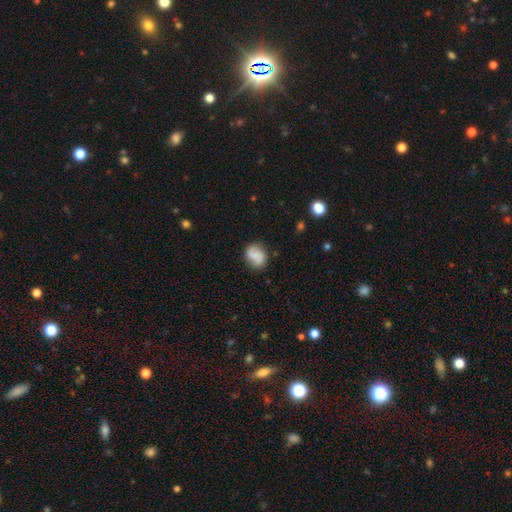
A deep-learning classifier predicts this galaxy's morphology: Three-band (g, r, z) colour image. It shows a smooth galaxy with no disk features (60%) that is round (52%). Merging: none (68%).